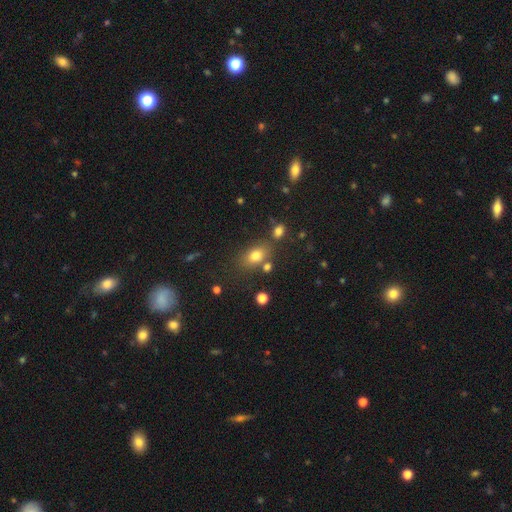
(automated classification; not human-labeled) smooth-or-featured: smooth: 77% | star or artifact: 13% | featured or disk: 10%
  how-rounded: in between: 75% | round: 23% | cigar-shaped: 2%
  merging: none: 69% | minor disturbance: 14% | merger: 13% | major disturbance: 5%